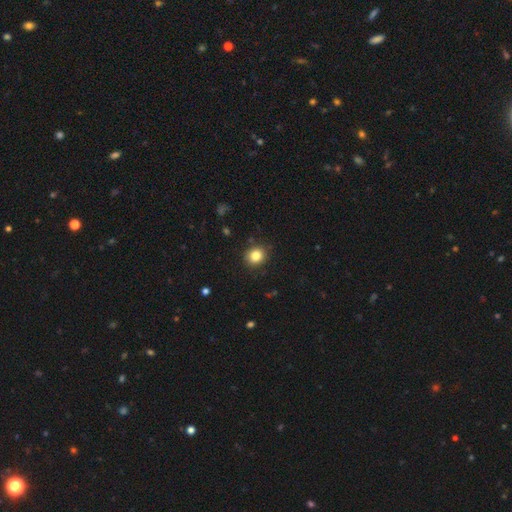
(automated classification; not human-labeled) Smooth or featured: smooth — 83% (star or artifact — 11%)
How rounded: round — 83% (in between — 16%)
Merging: none — 90% (minor disturbance — 7%)